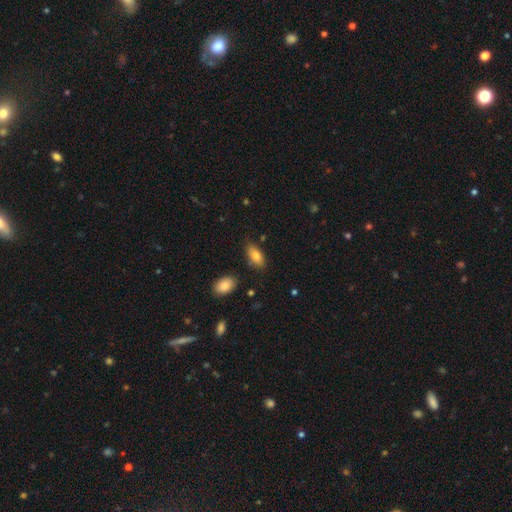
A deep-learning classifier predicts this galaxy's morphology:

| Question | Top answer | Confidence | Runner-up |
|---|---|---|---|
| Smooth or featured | smooth | 83% | featured or disk (10%) |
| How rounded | in between | 90% | cigar-shaped (7%) |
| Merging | none | 77% | minor disturbance (16%) |